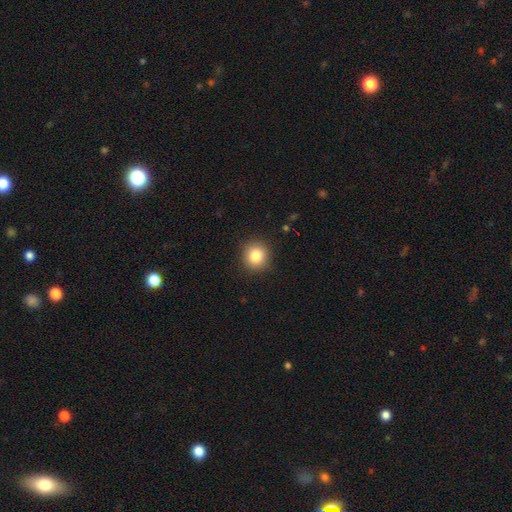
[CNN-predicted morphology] Smooth or featured? smooth (83%)
How rounded? round (91%)
Merging? none (91%)